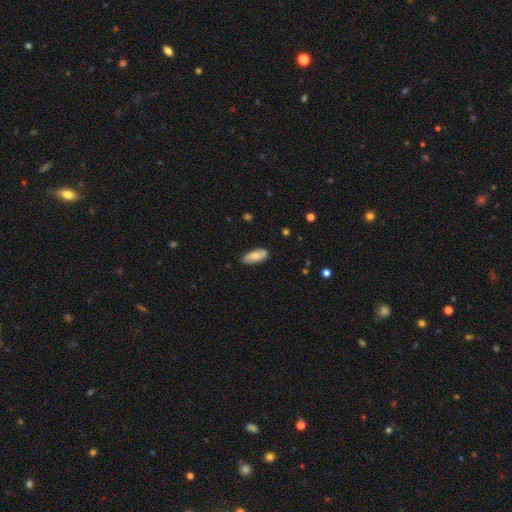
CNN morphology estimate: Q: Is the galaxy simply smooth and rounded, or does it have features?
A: smooth — 70%.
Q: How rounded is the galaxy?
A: in between — 84%.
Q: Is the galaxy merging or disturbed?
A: none — 77%.